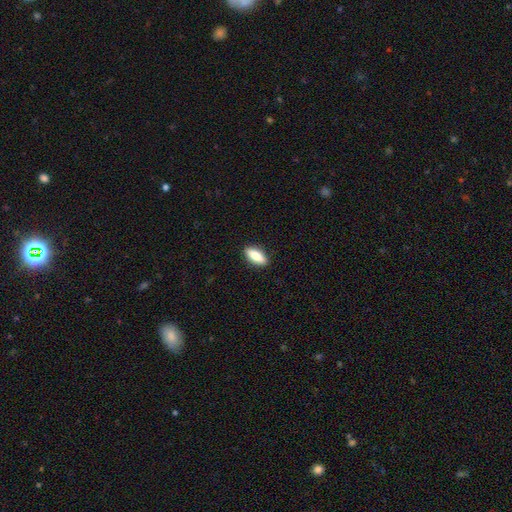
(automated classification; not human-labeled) Morphology: type=smooth (76%); roundness=in between (75%); merging=none (89%).